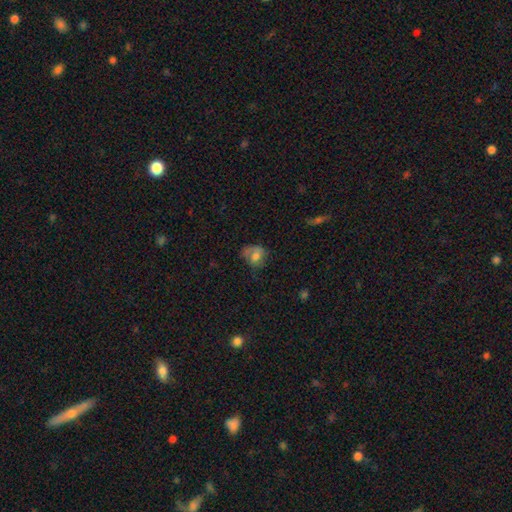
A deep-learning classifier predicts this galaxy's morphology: A smooth galaxy with no disk features (60%) that is in between round and cigar-shaped (53%).

Vote fractions:
- Smooth or featured? smooth: 60% / featured or disk: 30% / star or artifact: 10%
- How rounded? in between: 53% / round: 46% / cigar-shaped: 1%
- Merging? none: 42% / minor disturbance: 29% / major disturbance: 26% / merger: 3%